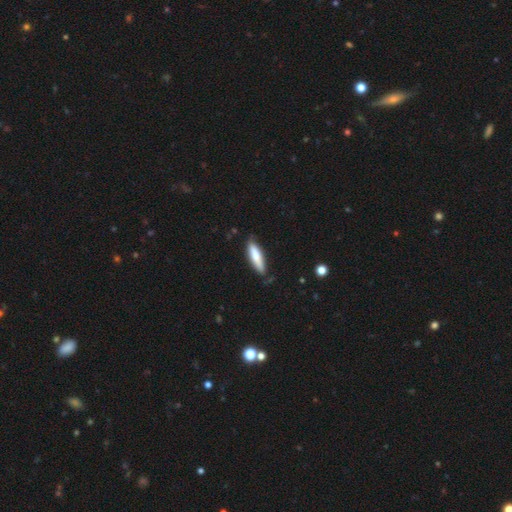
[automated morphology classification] Smooth or featured: smooth — 74% (featured or disk — 20%)
How rounded: cigar-shaped — 70% (in between — 29%)
Merging: none — 78% (minor disturbance — 17%)